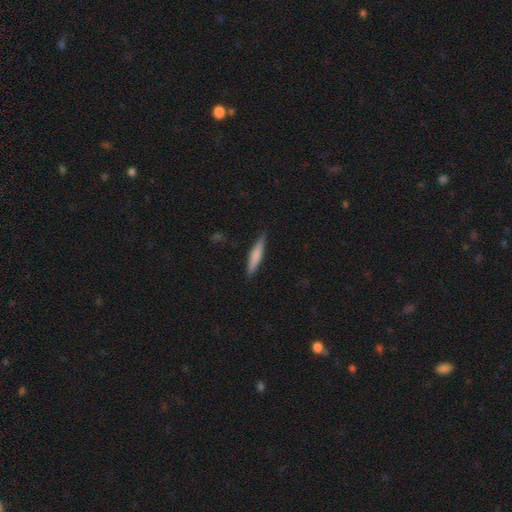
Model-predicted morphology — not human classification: This is likely a smooth galaxy (68%). How rounded: clearly cigar-shaped (91%). Merging: clearly none (87%).